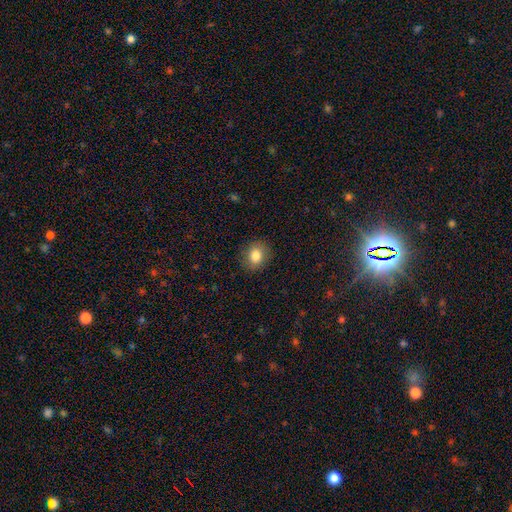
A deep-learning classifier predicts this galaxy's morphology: type=smooth (83%); roundness=round (57%); merging=none (87%).